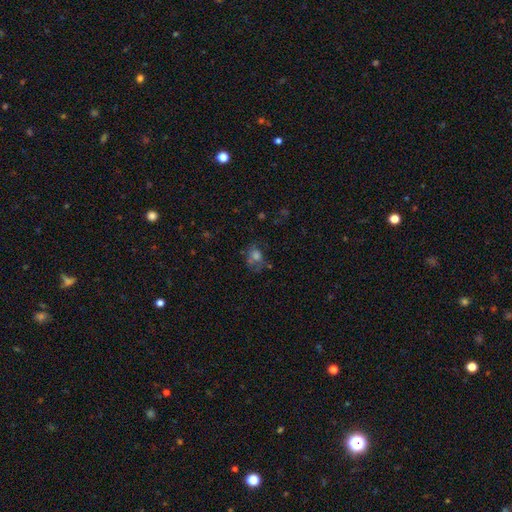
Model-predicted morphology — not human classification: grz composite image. It shows a smooth galaxy with no disk features (50%) that is round (52%). Merging: none (49%).